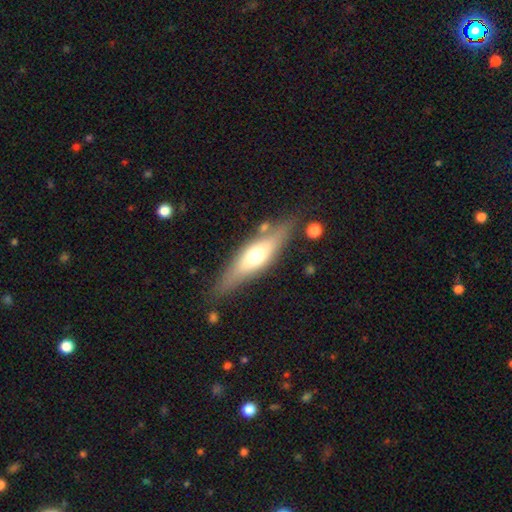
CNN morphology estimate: Smooth or featured?
  - smooth: 47% * (tied)
  - featured or disk: 47% * (tied)
  - star or artifact: 6%
Merging?
  - none: 79% *
  - minor disturbance: 13%
  - merger: 4%
  - major disturbance: 4%